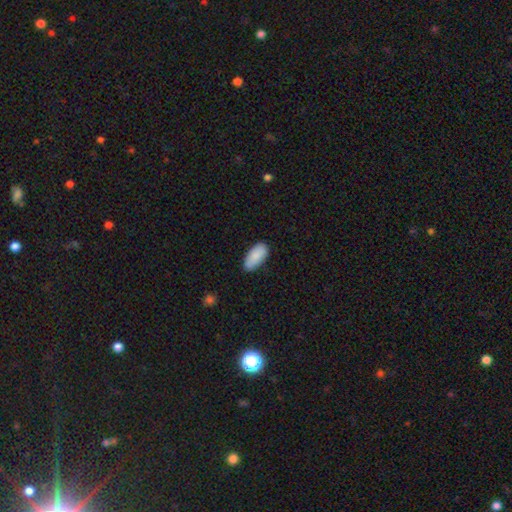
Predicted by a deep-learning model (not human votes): Q: Smooth or featured?
A: smooth (87%); runner-up: featured or disk (7%)
Q: How rounded?
A: in between (92%); runner-up: cigar-shaped (6%)
Q: Merging?
A: none (78%); runner-up: minor disturbance (18%)